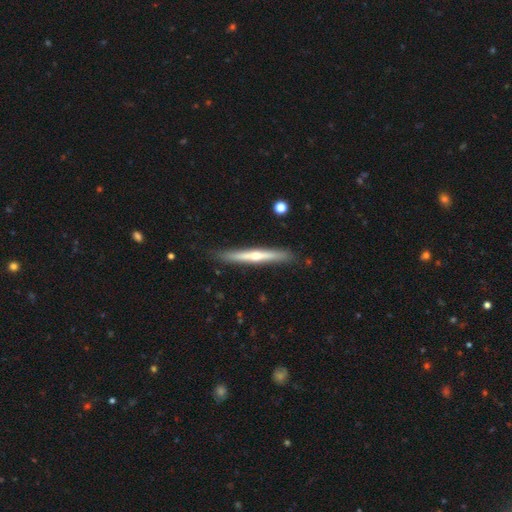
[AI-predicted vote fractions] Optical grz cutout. It shows a featured or disk galaxy (65%) viewed edge-on (96%) with a rounded central bulge (75%). Merging: none (86%).